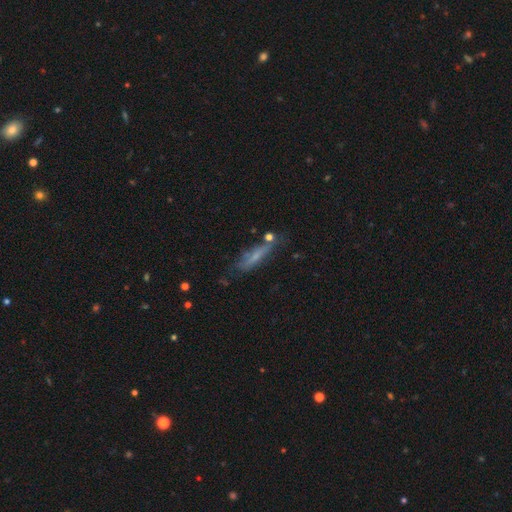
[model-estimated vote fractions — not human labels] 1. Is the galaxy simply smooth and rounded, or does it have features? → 50% smooth, 39% featured or disk, 12% star or artifact.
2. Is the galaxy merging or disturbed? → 58% none, 23% minor disturbance, 11% major disturbance, 8% merger.